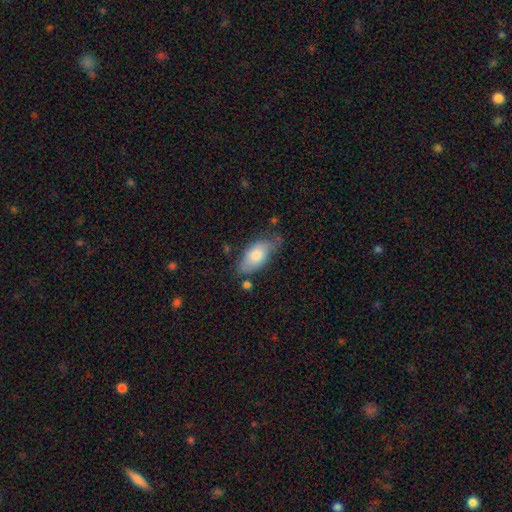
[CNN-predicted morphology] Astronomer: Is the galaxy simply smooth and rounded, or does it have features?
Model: smooth — 77%.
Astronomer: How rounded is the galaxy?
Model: in between — 91%.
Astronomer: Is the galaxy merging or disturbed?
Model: none — 60%.